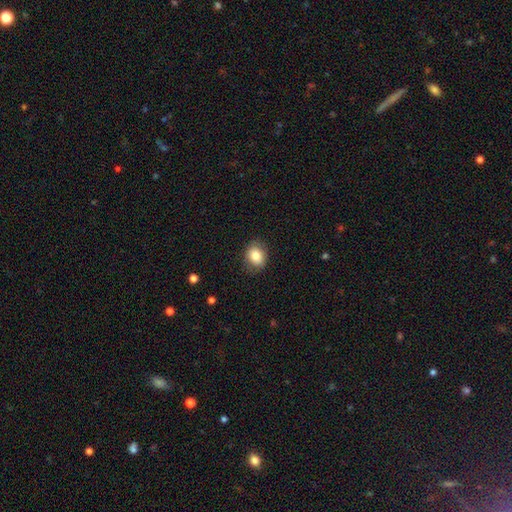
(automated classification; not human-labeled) Smooth or featured? Predicted: smooth (p=0.82). How rounded? Predicted: in between (p=0.50). Merging? Predicted: none (p=0.83).